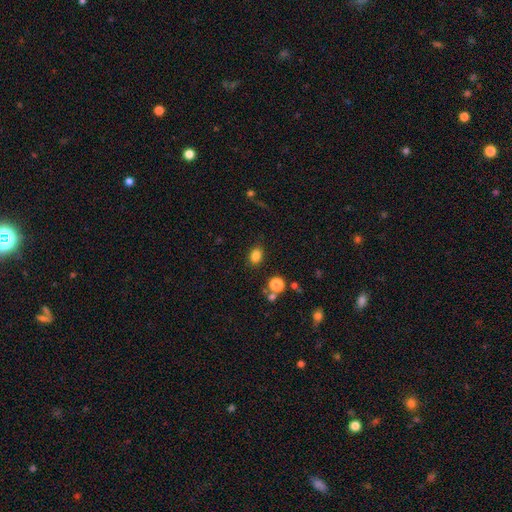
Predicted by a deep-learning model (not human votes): Smooth or featured?
  - smooth: 83% *
  - star or artifact: 12%
  - featured or disk: 5%
How rounded?
  - in between: 66% *
  - round: 33%
  - cigar-shaped: 1%
Merging?
  - none: 84% *
  - minor disturbance: 10%
  - merger: 3%
  - major disturbance: 3%